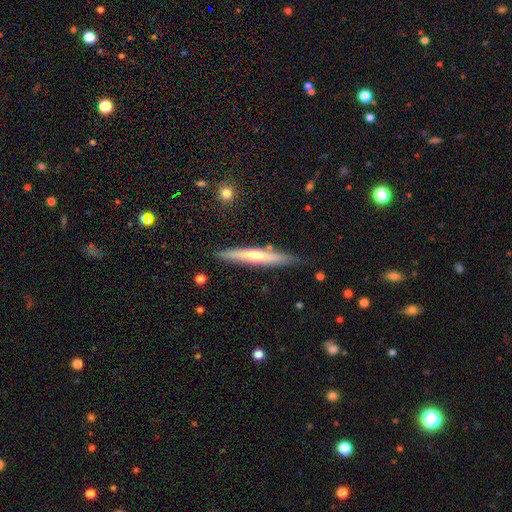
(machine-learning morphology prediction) The model was most divided on "smooth or featured": featured or disk: 52%, smooth: 42%, star or artifact: 6%. More confident: edge-on disk — yes (94%); merging — none (84%).